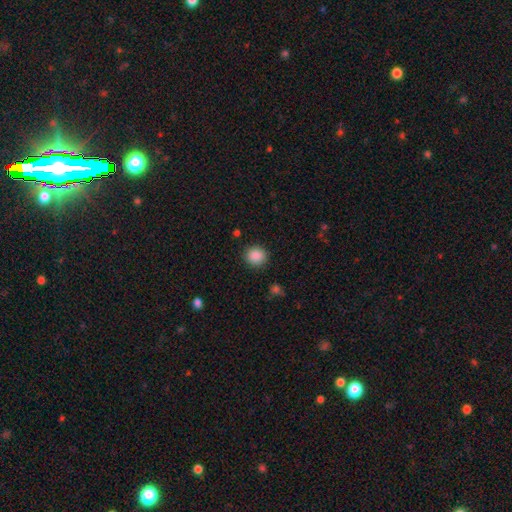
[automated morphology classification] A smooth galaxy with no disk features (87%) that is round (88%).

Vote fractions:
- Smooth or featured? smooth: 87% / star or artifact: 9% / featured or disk: 3%
- How rounded? round: 88% / in between: 11% / cigar-shaped: 1%
- Merging? none: 90% / minor disturbance: 7% / major disturbance: 2% / merger: 1%